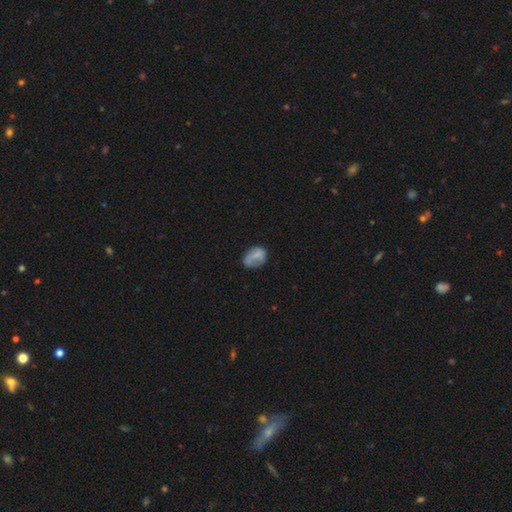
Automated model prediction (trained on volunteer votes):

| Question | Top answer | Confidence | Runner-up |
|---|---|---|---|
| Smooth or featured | smooth | 71% | featured or disk (20%) |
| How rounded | in between | 66% | round (32%) |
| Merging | none | 54% | minor disturbance (29%) |